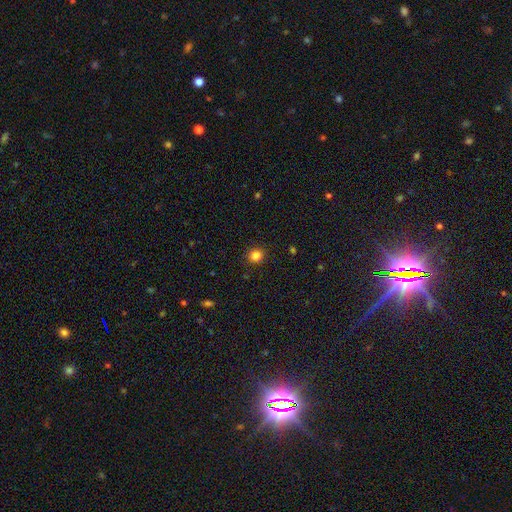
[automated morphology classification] smooth 84%, star or artifact 12%, featured or disk 4%. Down the decision tree: how rounded — round (86%); merging — none (90%).